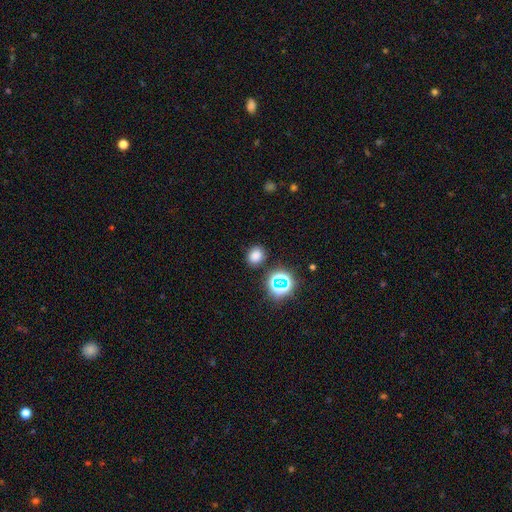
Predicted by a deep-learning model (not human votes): The model was most divided on "how rounded": round: 58%, in between: 41%, cigar-shaped: 1%. More confident: merging — none (83%); smooth or featured — smooth (74%).